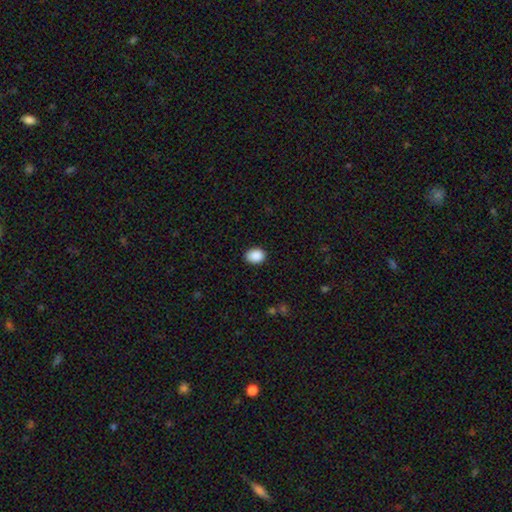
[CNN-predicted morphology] type=smooth (90%); roundness=in between (66%); merging=none (89%).